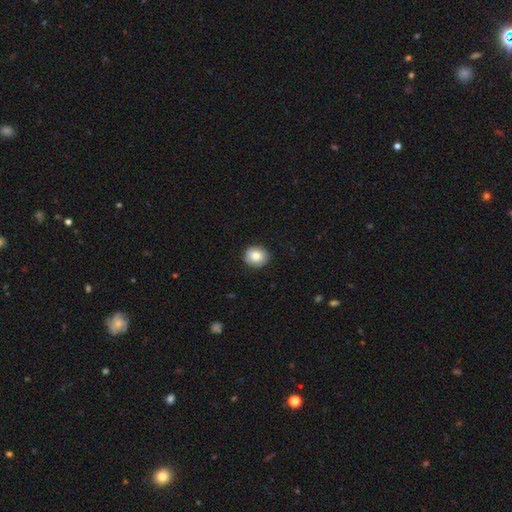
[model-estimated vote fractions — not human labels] Q: Smooth or featured?
A: smooth (82%); runner-up: featured or disk (10%)
Q: How rounded?
A: round (82%); runner-up: in between (17%)
Q: Merging?
A: none (88%); runner-up: minor disturbance (9%)